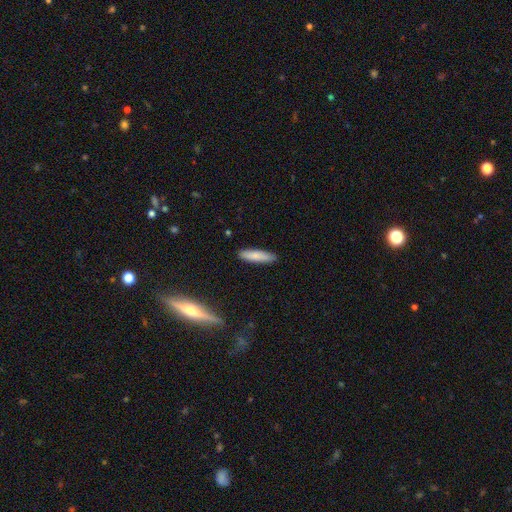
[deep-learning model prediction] Overall: smooth (81%). How rounded: cigar-shaped (73%). Merging: none (89%).